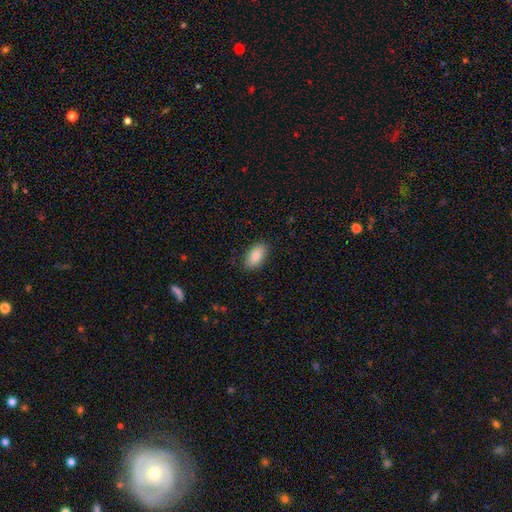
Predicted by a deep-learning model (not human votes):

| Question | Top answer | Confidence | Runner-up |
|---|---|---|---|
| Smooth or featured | smooth | 83% | featured or disk (10%) |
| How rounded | in between | 92% | round (4%) |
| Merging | none | 86% | minor disturbance (10%) |